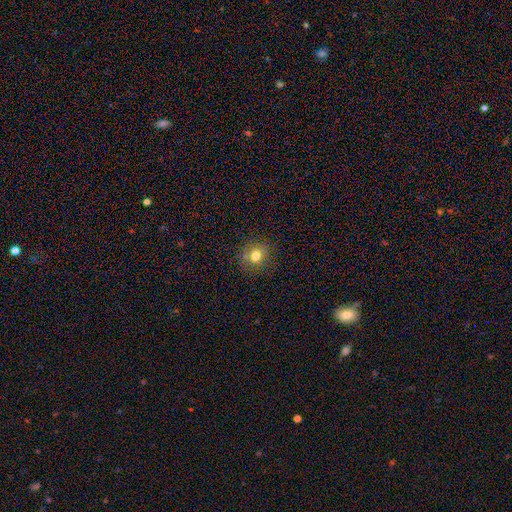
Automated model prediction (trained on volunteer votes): Smooth or featured? Predicted: smooth (p=0.75). How rounded? Predicted: round (p=0.74). Merging? Predicted: none (p=0.83).